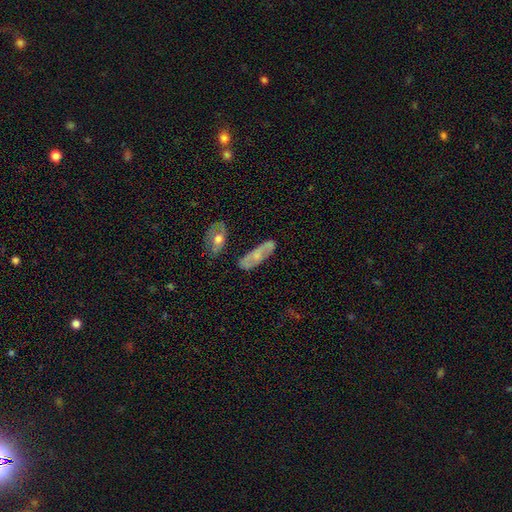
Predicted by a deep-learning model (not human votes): smooth-or-featured: smooth: 49% | featured or disk: 43% | star or artifact: 7%
  merging: none: 68% | minor disturbance: 20% | major disturbance: 6% | merger: 6%